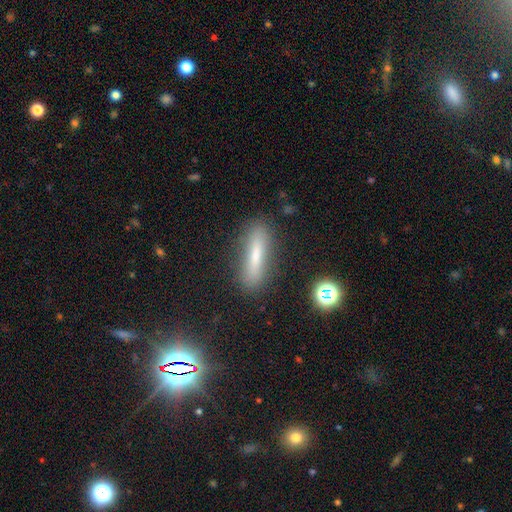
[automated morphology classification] A smooth galaxy with no disk features (64%) that is cigar-shaped (82%). Merging: none (85%).